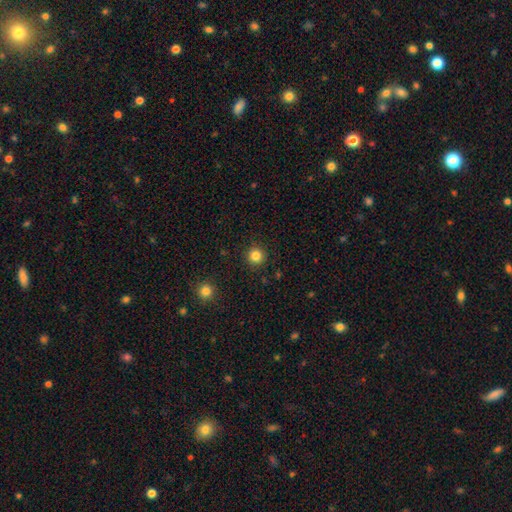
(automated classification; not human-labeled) smooth 83%, star or artifact 12%, featured or disk 5%. Down the decision tree: how rounded — round (95%); merging — none (92%).